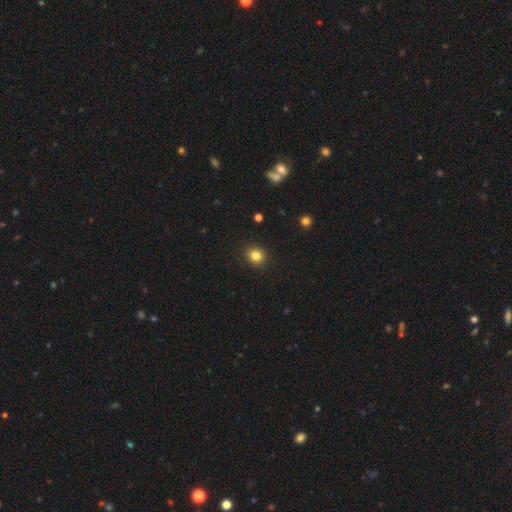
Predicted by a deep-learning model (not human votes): Morphology: type=smooth (83%); roundness=round (84%); merging=none (91%).